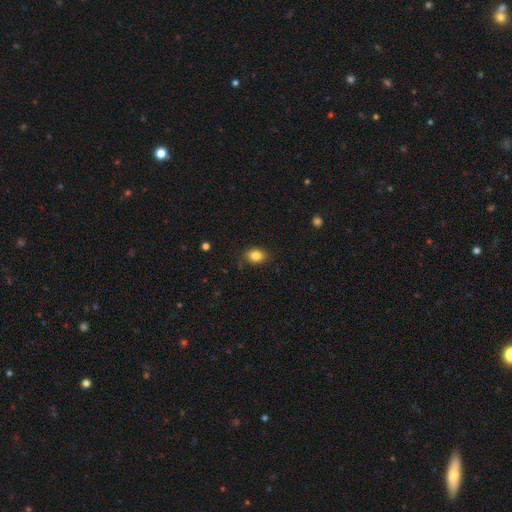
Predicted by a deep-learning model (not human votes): Smooth or featured? smooth (84%)
How rounded? in between (68%)
Merging? none (83%)